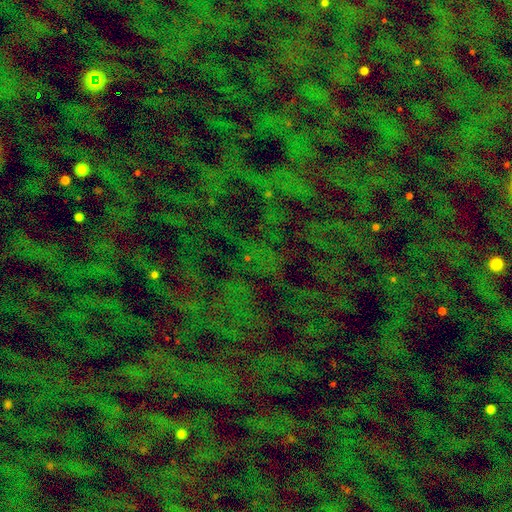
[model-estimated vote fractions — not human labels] star or artifact 74%, smooth 17%, featured or disk 9%.